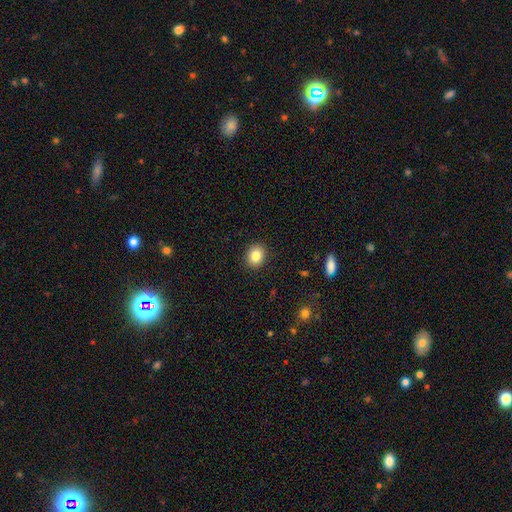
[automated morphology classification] This is clearly a smooth galaxy (84%). How rounded: likely round (61%). Merging: clearly none (90%).